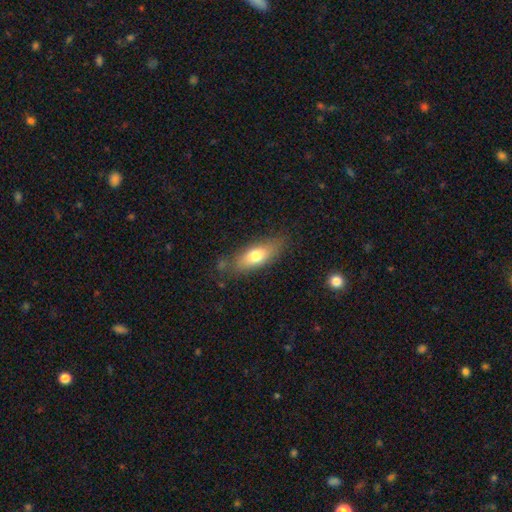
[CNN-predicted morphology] Q: Smooth or featured?
A: smooth (71%); runner-up: featured or disk (22%)
Q: How rounded?
A: in between (70%); runner-up: cigar-shaped (26%)
Q: Merging?
A: none (76%); runner-up: minor disturbance (17%)